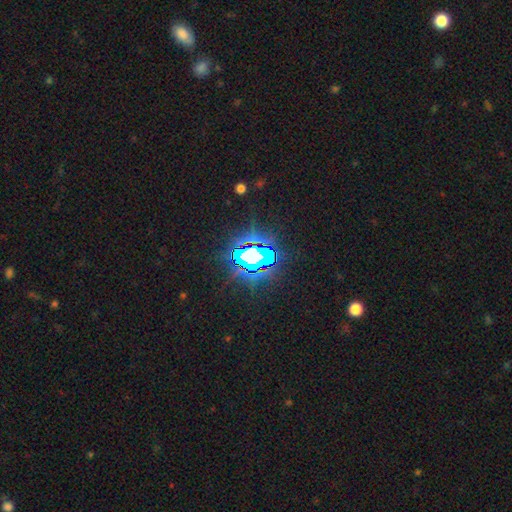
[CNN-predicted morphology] star or artifact 67%, featured or disk 17%, smooth 16%.